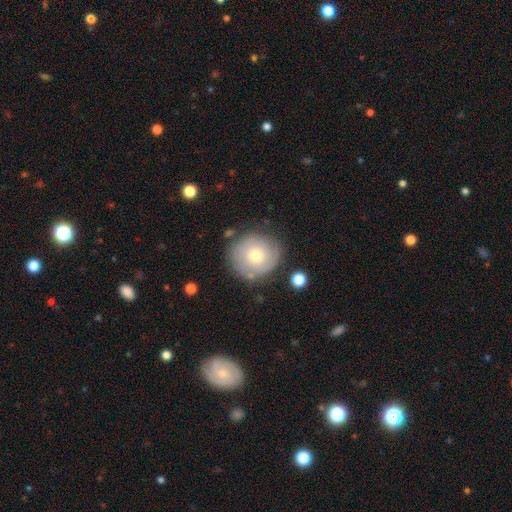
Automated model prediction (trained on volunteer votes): Overall: smooth (57%; featured or disk 34%). How rounded: round (91%). Merging: none (78%).